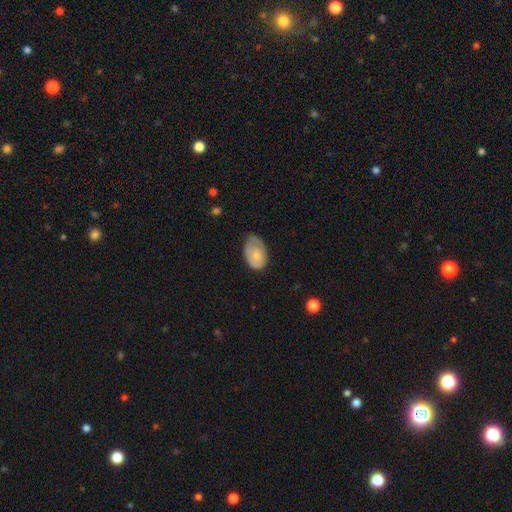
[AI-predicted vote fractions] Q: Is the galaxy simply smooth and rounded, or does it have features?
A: smooth — 73%.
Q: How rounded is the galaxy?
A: in between — 90%.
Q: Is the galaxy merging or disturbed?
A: none — 48%.